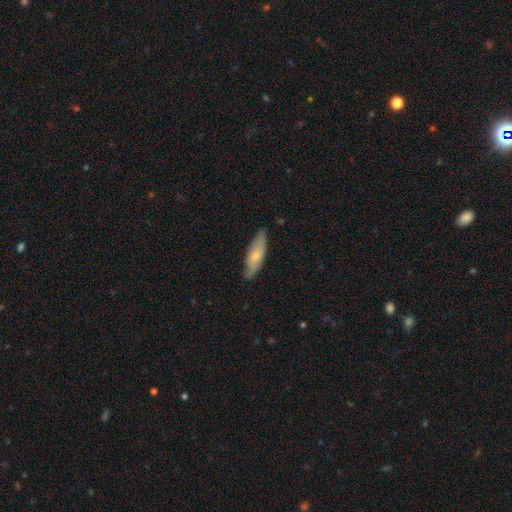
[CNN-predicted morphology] This is likely a smooth galaxy (62%). How rounded: possibly in between (51%). Merging: likely none (74%).